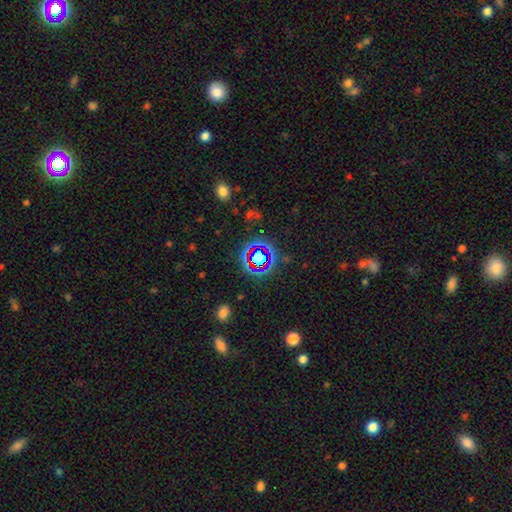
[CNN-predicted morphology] smooth-or-featured: star or artifact: 64% | smooth: 25% | featured or disk: 12%